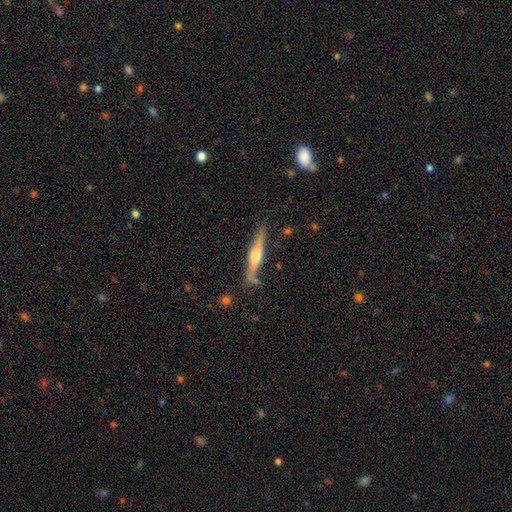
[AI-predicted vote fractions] A featured or disk galaxy (64%) viewed edge-on (96%) with a rounded central bulge (86%).

Vote fractions:
- Smooth or featured? featured or disk: 64% / smooth: 30% / star or artifact: 6%
- Edge-on disk? yes: 96% / no: 4%
- Edge-on bulge? rounded: 86% / none: 8% / boxy: 6%
- Merging? none: 80% / minor disturbance: 14% / merger: 4% / major disturbance: 3%